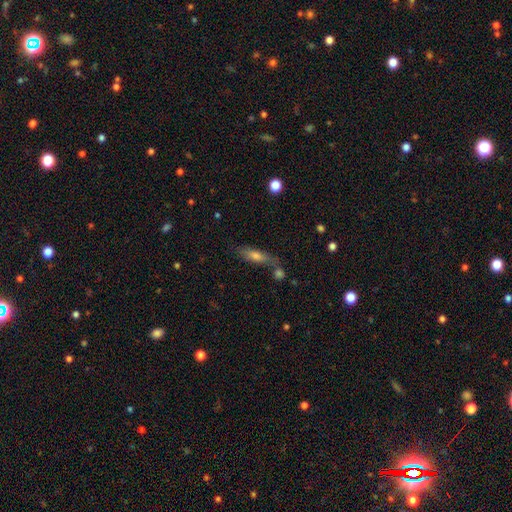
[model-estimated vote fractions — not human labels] Morphology: type=smooth (60%); roundness=cigar-shaped (51%); merging=none (58%).